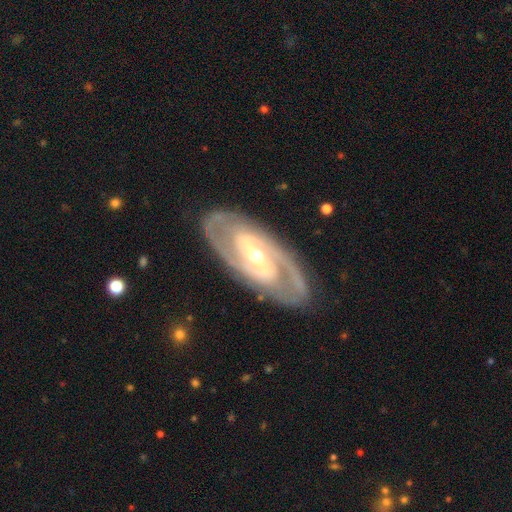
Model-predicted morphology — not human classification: A featured or disk galaxy (90%) with a strong bar (42%), 2 (83%) medium (46%) spiral arms (97%) and a moderate central bulge (53%).

Vote fractions:
- Smooth or featured? featured or disk: 90% / smooth: 6% / star or artifact: 4%
- Edge-on disk? no: 94% / yes: 6%
- Bar? strong: 42% / weak: 38% / no: 20%
- Spiral arms? yes: 97% / no: 3%
- Spiral winding? medium: 46% / tight: 45% / loose: 9%
- Spiral arm count? 2: 83% / 3: 6% / can't tell: 5% / 4: 2% / 1: 2% / more than 4: 2%
- Bulge size? moderate: 53% / small: 42% / large: 3% / none: 1% / dominant: 1%
- Merging? none: 84% / minor disturbance: 12% / major disturbance: 4% / merger: 1%